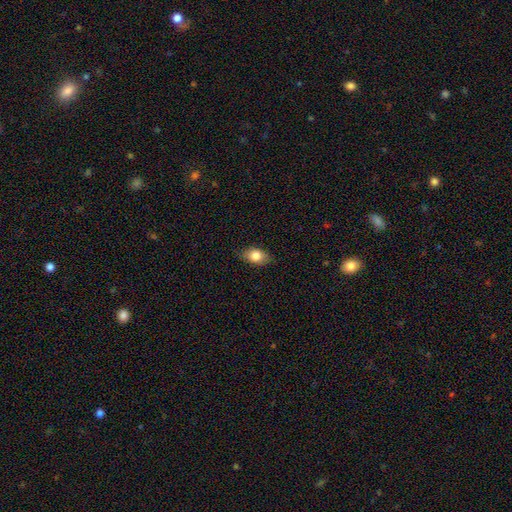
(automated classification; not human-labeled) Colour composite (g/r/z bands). It shows a smooth galaxy with no disk features (81%) that is in between round and cigar-shaped (85%). Merging: none (83%).